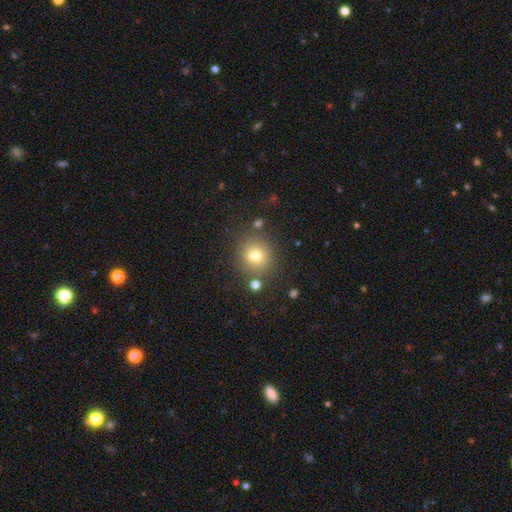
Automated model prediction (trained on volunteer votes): The model was most divided on "smooth or featured": smooth: 74%, star or artifact: 15%, featured or disk: 12%. More confident: how rounded — round (86%); merging — none (79%).